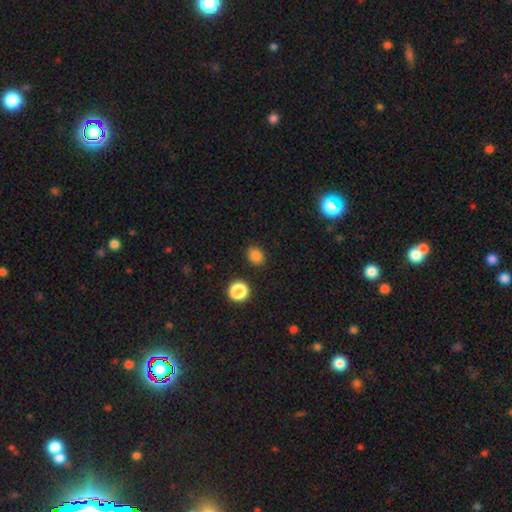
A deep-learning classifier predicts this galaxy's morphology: This appears to be a smooth galaxy with no disk features (84%) that is round (50%). Merging: none (88%).